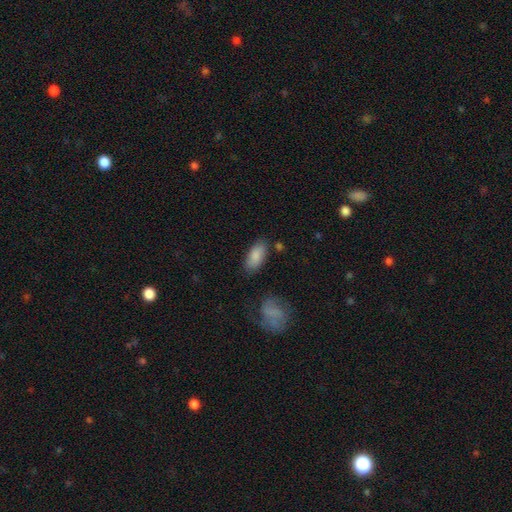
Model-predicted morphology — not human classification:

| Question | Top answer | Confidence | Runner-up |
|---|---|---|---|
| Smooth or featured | smooth | 86% | featured or disk (8%) |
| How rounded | in between | 90% | cigar-shaped (8%) |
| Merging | none | 79% | minor disturbance (14%) |